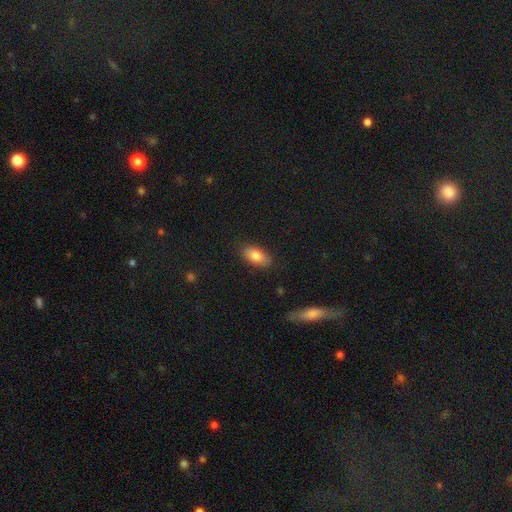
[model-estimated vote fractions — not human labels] Smooth or featured: smooth — 81% (featured or disk — 12%)
How rounded: in between — 91% (round — 5%)
Merging: none — 86% (minor disturbance — 10%)